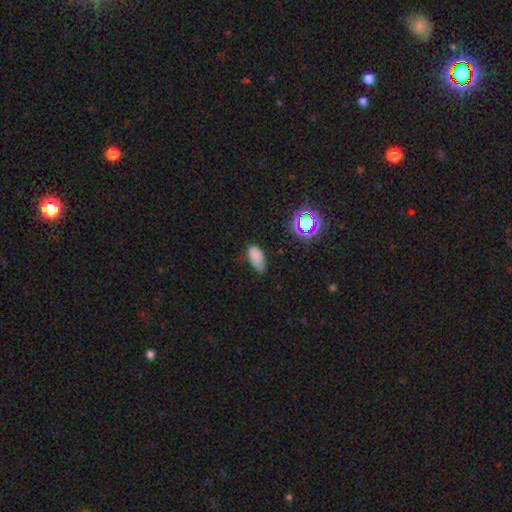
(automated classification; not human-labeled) The model was most divided on "merging": none: 46%, minor disturbance: 40%, major disturbance: 11%, merger: 3%. More confident: how rounded — in between (90%); smooth or featured — smooth (78%).